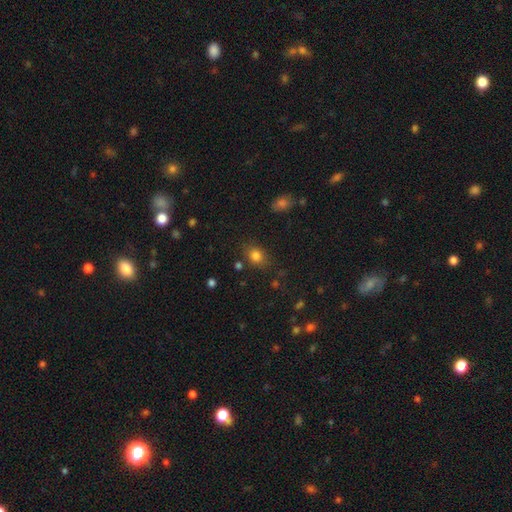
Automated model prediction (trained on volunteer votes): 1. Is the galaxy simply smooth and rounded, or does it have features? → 81% smooth, 12% star or artifact, 7% featured or disk.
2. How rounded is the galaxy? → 55% in between, 44% round, 1% cigar-shaped.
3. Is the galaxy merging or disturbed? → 77% none, 14% minor disturbance, 5% major disturbance, 4% merger.